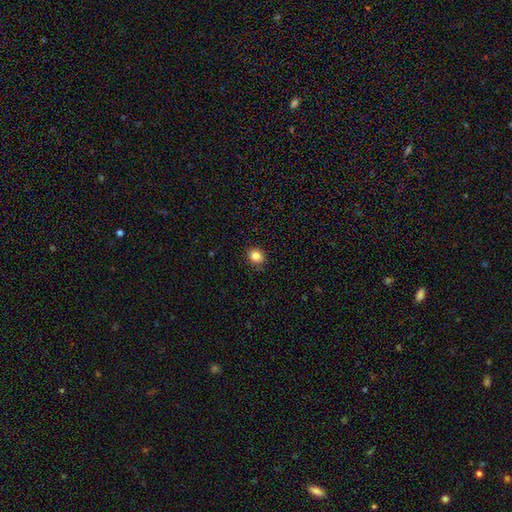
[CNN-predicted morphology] A smooth galaxy with no disk features (84%) that is round (66%). Merging: none (85%).